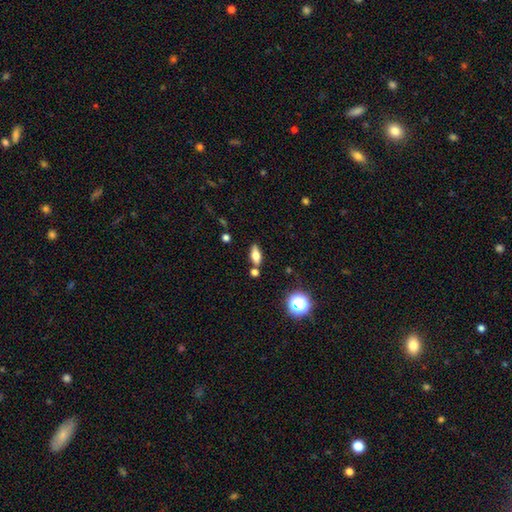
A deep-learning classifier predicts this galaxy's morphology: Smooth or featured? Predicted: smooth (p=0.65). How rounded? Predicted: in between (p=0.76). Merging? Predicted: none (p=0.75).